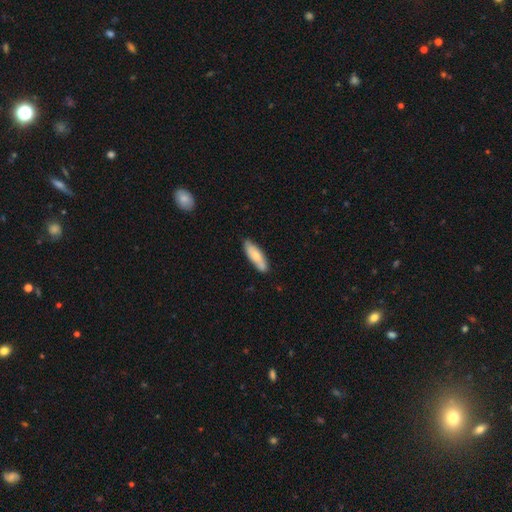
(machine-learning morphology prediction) The model was most divided on "how rounded": cigar-shaped: 50%, in between: 49%, round: 2%. More confident: merging — none (79%); smooth or featured — smooth (70%).